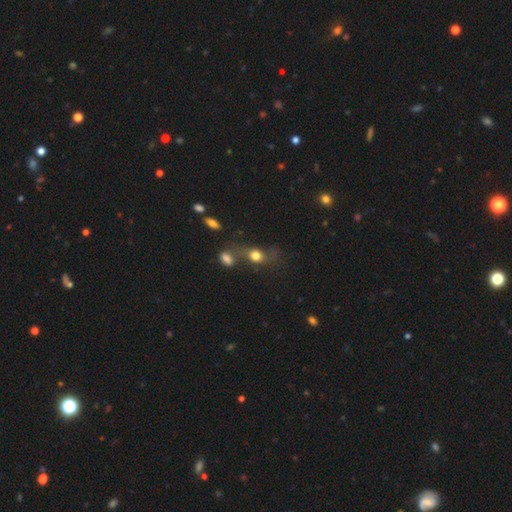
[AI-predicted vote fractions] Morphology: type=smooth (72%); roundness=in between (53%); merging=none (47%).